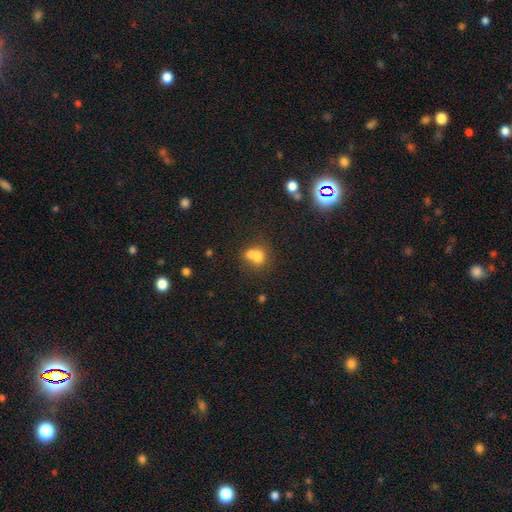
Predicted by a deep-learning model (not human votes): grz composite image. It shows a smooth galaxy with no disk features (70%) that is round (62%). Merging: merger (63%).